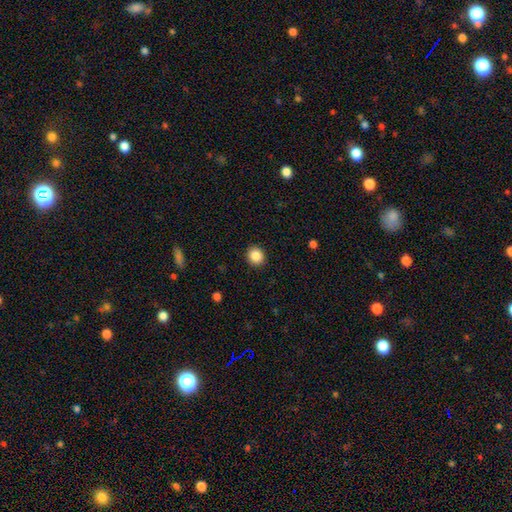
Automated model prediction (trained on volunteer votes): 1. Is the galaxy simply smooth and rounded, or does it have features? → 86% smooth, 9% star or artifact, 4% featured or disk.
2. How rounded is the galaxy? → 84% round, 16% in between, 1% cigar-shaped.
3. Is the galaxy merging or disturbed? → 91% none, 6% minor disturbance, 2% major disturbance, 1% merger.